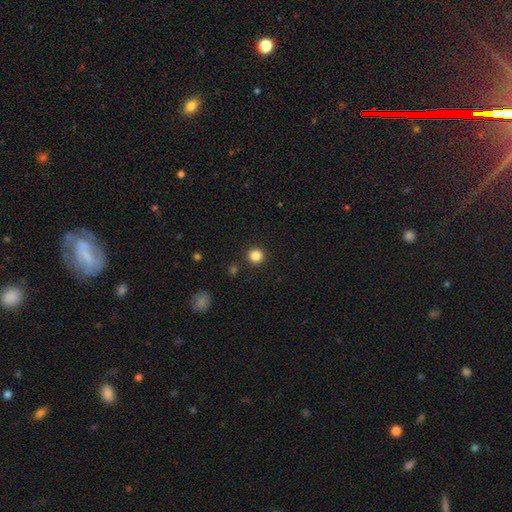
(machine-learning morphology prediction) type=smooth (85%); roundness=round (94%); merging=none (92%).